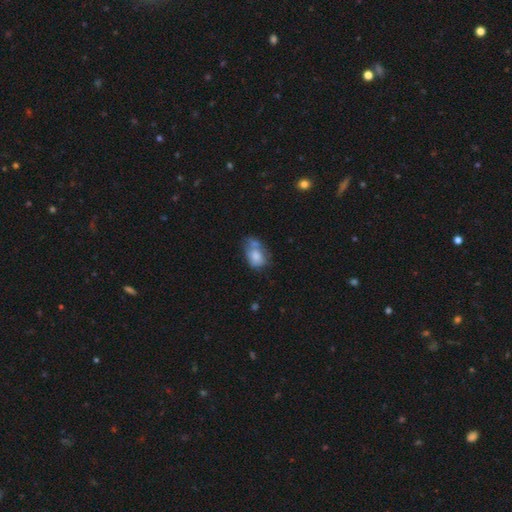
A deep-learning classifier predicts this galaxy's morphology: A smooth galaxy with no disk features (68%) that is in between round and cigar-shaped (73%). Merging: none (30%, tied with merger).